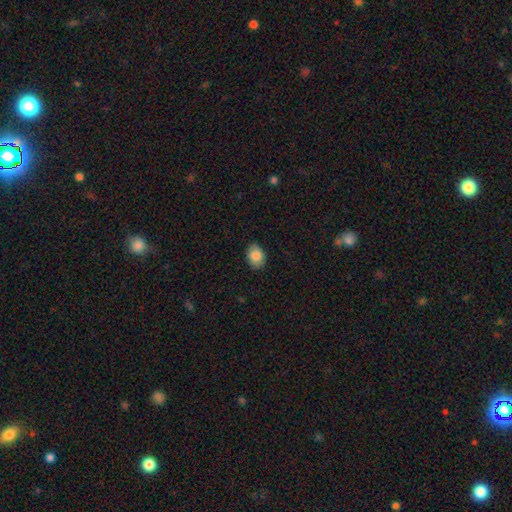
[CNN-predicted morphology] Smooth or featured? Predicted: smooth (p=0.85). How rounded? Predicted: in between (p=0.74). Merging? Predicted: none (p=0.87).